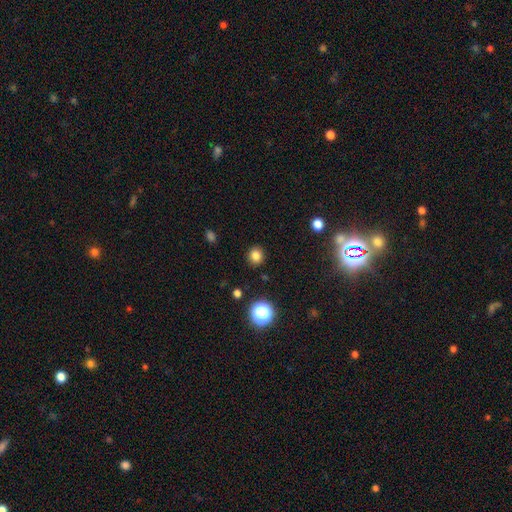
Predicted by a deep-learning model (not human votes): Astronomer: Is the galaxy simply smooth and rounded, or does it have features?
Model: smooth — 81%.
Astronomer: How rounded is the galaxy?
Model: round — 84%.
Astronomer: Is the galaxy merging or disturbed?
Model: none — 90%.